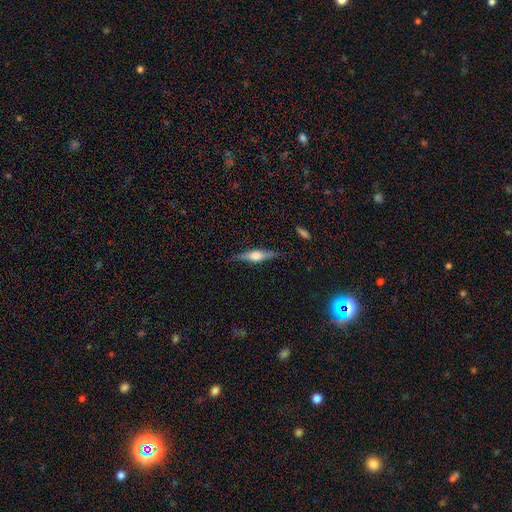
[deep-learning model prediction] featured or disk 60%, smooth 33%, star or artifact 7%. Down the decision tree: edge-on disk — yes (95%); edge-on bulge — rounded (86%); merging — none (84%).